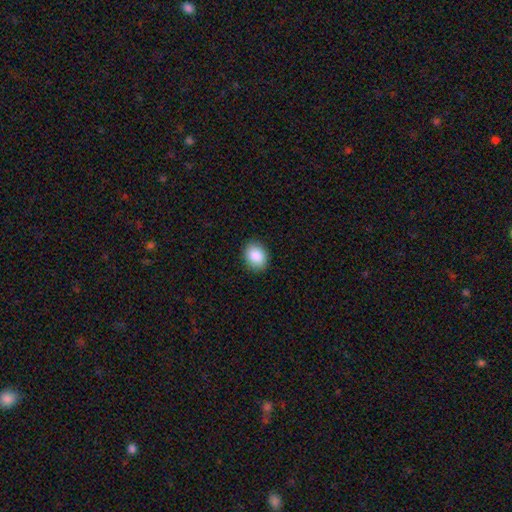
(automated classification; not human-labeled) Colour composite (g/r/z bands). It shows a smooth galaxy with no disk features (88%) that is in between round and cigar-shaped (63%). Merging: none (89%).